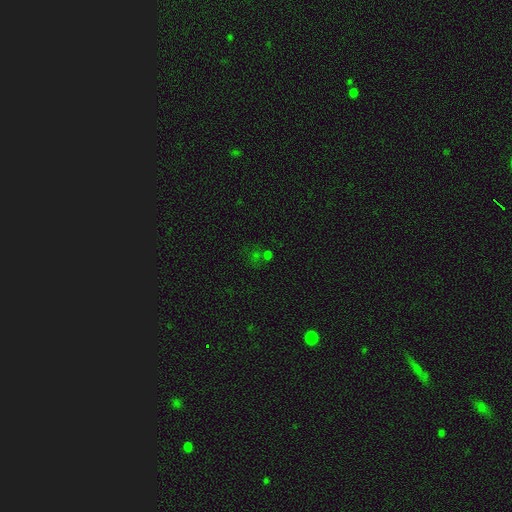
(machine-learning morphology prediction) Smooth or featured?
  - star or artifact: 54% *
  - smooth: 33%
  - featured or disk: 13%